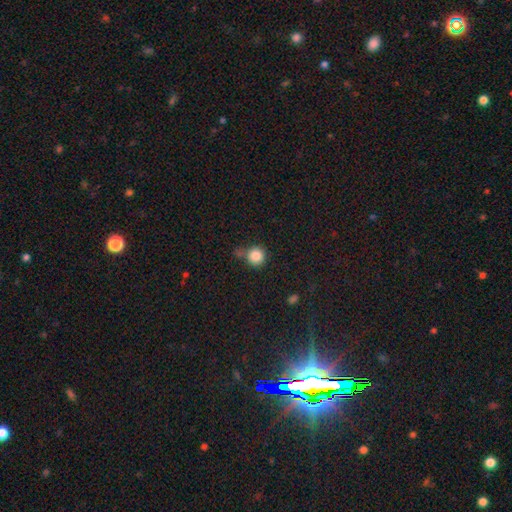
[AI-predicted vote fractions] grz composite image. It shows a smooth galaxy with no disk features (85%) that is round (93%). Merging: none (62%).